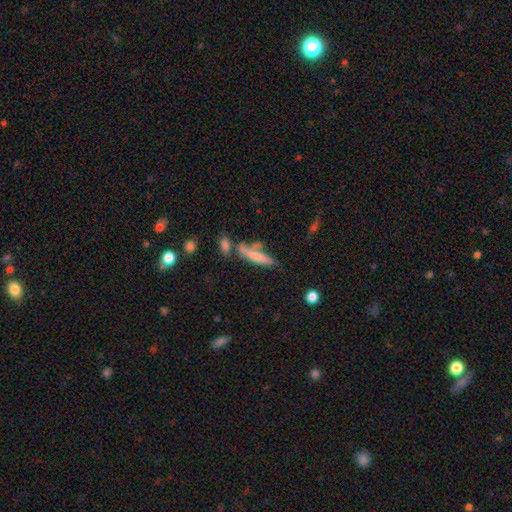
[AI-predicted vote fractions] A smooth galaxy with no disk features (65%) that is cigar-shaped (80%). Merging: none (49%).